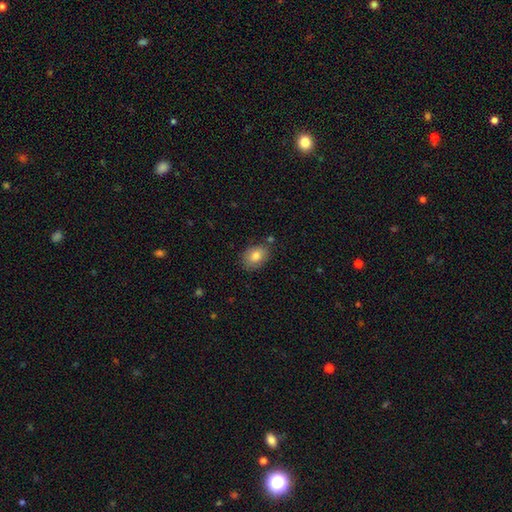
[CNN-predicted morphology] Q: Smooth or featured?
A: smooth (81%); runner-up: featured or disk (11%)
Q: How rounded?
A: in between (74%); runner-up: round (25%)
Q: Merging?
A: none (77%); runner-up: minor disturbance (16%)